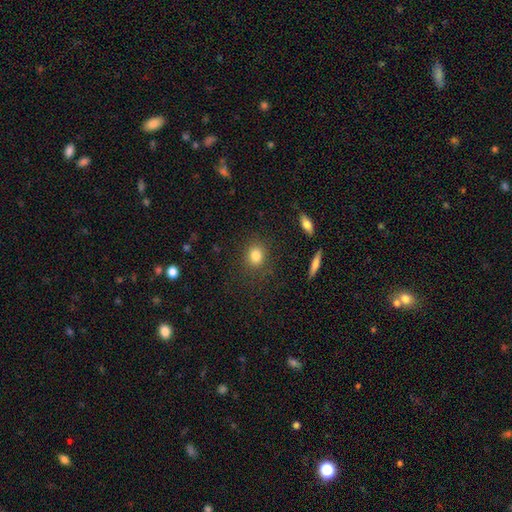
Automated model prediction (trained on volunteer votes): Overall: smooth (83%). How rounded: round (69%; in between 30%). Merging: none (84%).